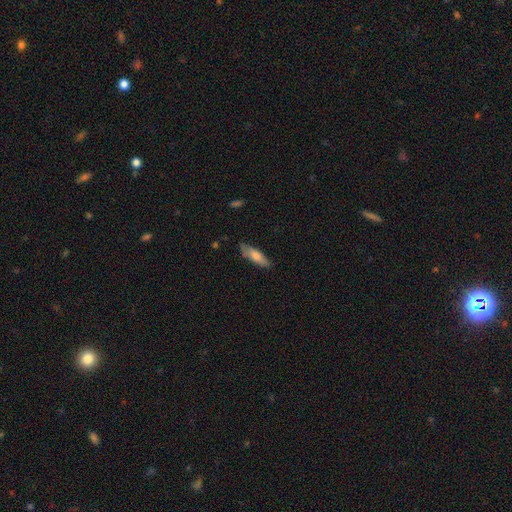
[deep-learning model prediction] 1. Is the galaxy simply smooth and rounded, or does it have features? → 65% smooth, 28% featured or disk, 7% star or artifact.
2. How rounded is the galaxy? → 61% cigar-shaped, 38% in between, 2% round.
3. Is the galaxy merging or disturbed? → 79% none, 16% minor disturbance, 3% major disturbance, 1% merger.